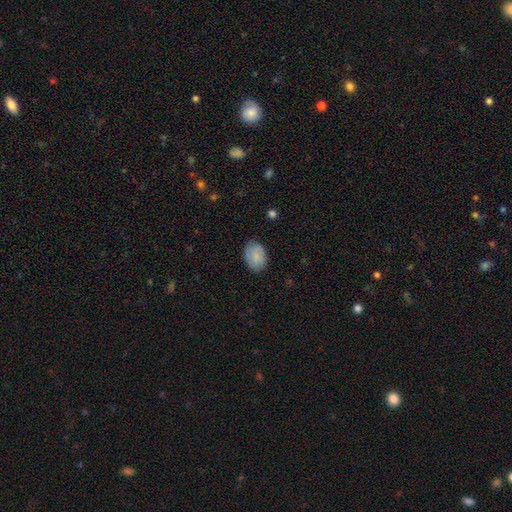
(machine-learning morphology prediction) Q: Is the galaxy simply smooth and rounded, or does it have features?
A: smooth — 83%.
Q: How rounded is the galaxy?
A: in between — 76%.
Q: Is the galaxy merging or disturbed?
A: none — 81%.